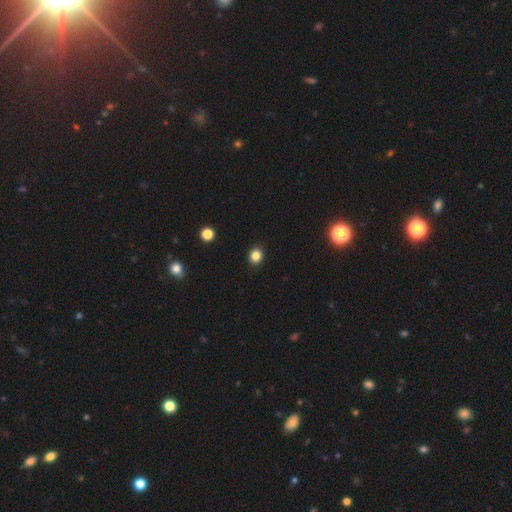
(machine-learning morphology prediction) This is clearly a smooth galaxy (84%). How rounded: likely round (71%). Merging: clearly none (91%).